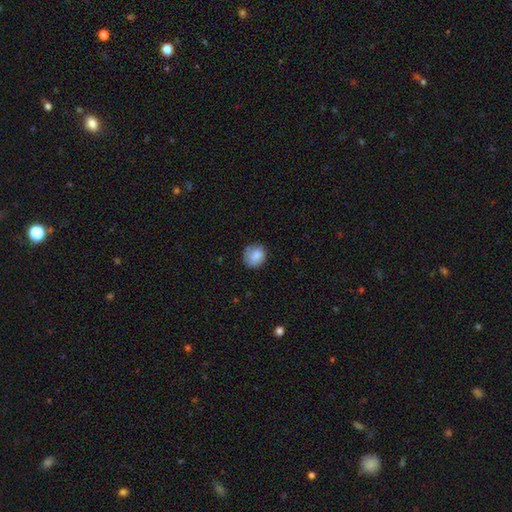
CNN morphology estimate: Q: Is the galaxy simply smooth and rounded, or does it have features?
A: smooth — 83%.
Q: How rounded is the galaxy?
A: round — 80%.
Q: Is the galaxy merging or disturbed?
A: none — 77%.